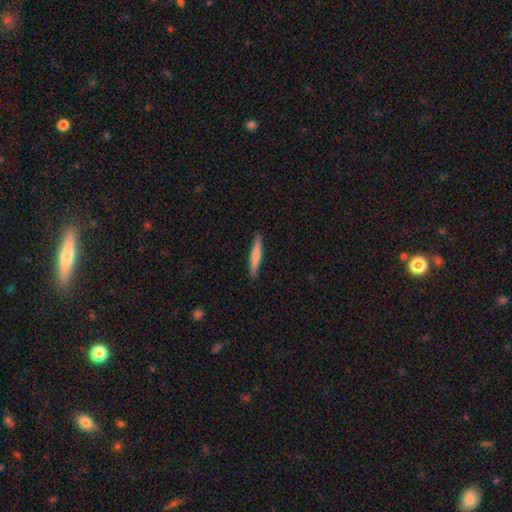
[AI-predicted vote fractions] smooth 64%, featured or disk 31%, star or artifact 5%. Down the decision tree: how rounded — cigar-shaped (93%); merging — none (91%).